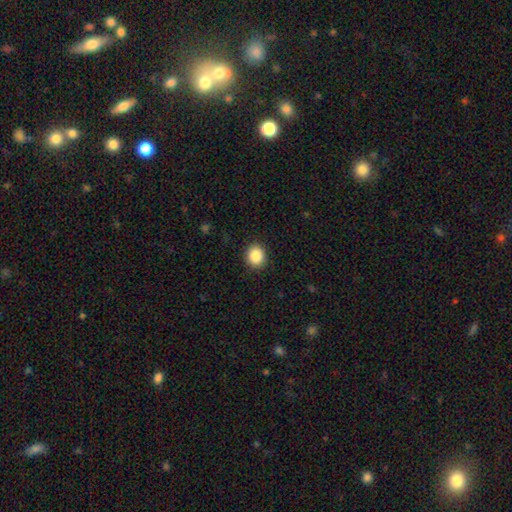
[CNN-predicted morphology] Q: Smooth or featured?
A: smooth (87%); runner-up: star or artifact (9%)
Q: How rounded?
A: round (80%); runner-up: in between (19%)
Q: Merging?
A: none (91%); runner-up: minor disturbance (6%)